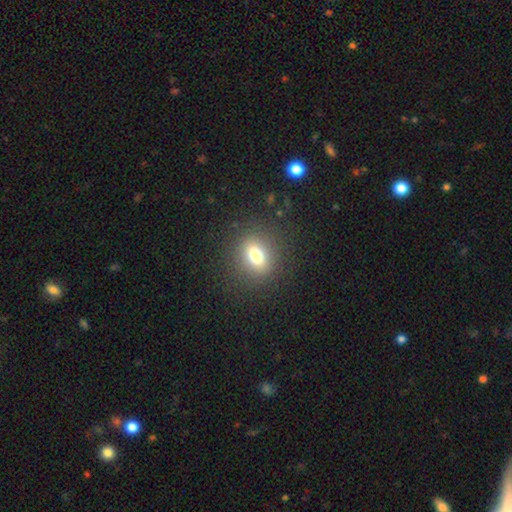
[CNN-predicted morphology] A smooth galaxy with no disk features (71%) that is round (66%).

Vote fractions:
- Smooth or featured? smooth: 71% / star or artifact: 15% / featured or disk: 14%
- How rounded? round: 66% / in between: 32% / cigar-shaped: 2%
- Merging? none: 87% / minor disturbance: 8% / major disturbance: 4% / merger: 1%